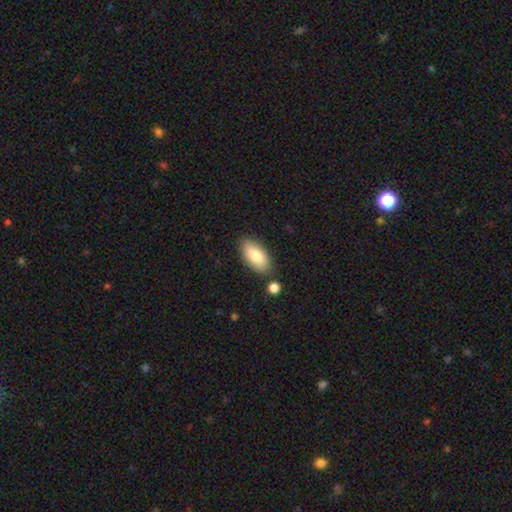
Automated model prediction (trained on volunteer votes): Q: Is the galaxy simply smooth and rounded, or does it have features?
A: smooth — 82%.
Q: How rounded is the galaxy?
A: in between — 91%.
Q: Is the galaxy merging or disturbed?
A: none — 79%.